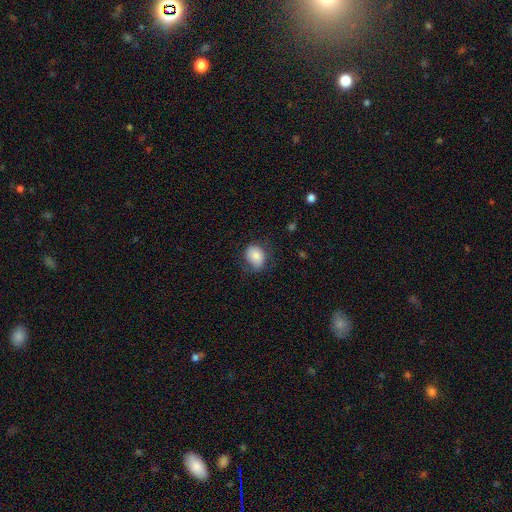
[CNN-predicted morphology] type=smooth (83%); roundness=in between (67%); merging=none (69%).